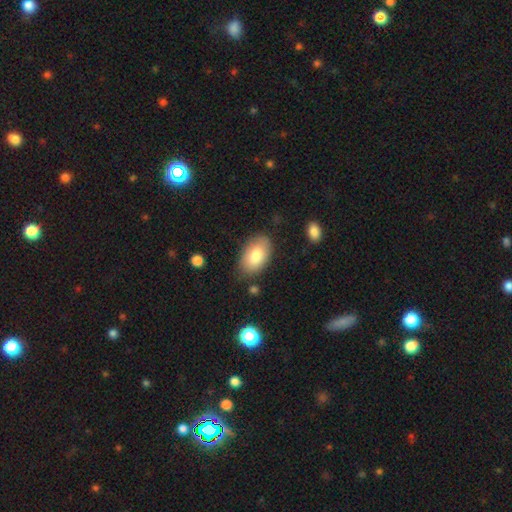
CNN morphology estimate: A smooth galaxy with no disk features (81%) that is in between round and cigar-shaped (94%).

Vote fractions:
- Smooth or featured? smooth: 81% / featured or disk: 13% / star or artifact: 6%
- How rounded? in between: 94% / round: 5% / cigar-shaped: 1%
- Merging? none: 78% / minor disturbance: 16% / major disturbance: 4% / merger: 2%